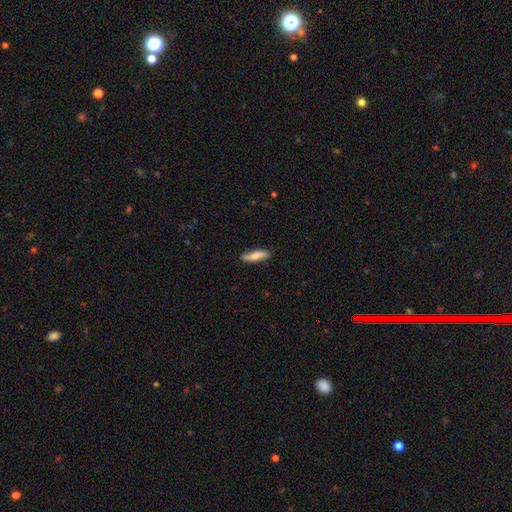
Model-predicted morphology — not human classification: Smooth or featured? smooth (65%)
How rounded? cigar-shaped (59%)
Merging? none (80%)